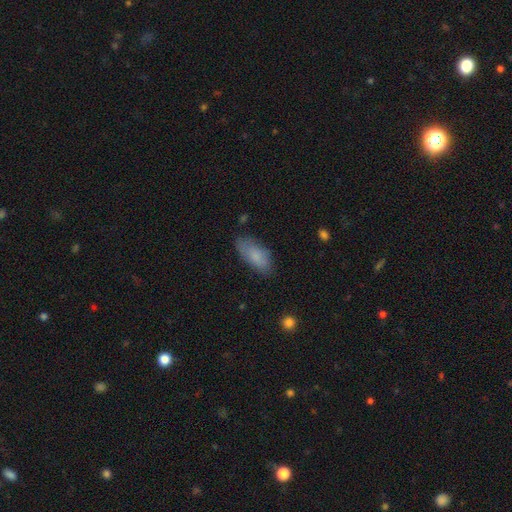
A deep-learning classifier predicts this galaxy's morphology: Overall: smooth (80%). How rounded: in between (85%). Merging: none (73%).